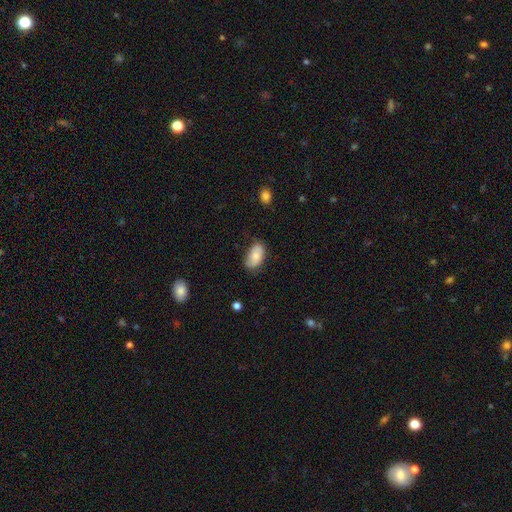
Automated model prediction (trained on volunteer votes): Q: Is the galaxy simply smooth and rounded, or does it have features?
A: smooth — 71%.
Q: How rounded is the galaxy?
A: in between — 93%.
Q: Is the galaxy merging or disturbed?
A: none — 67%.